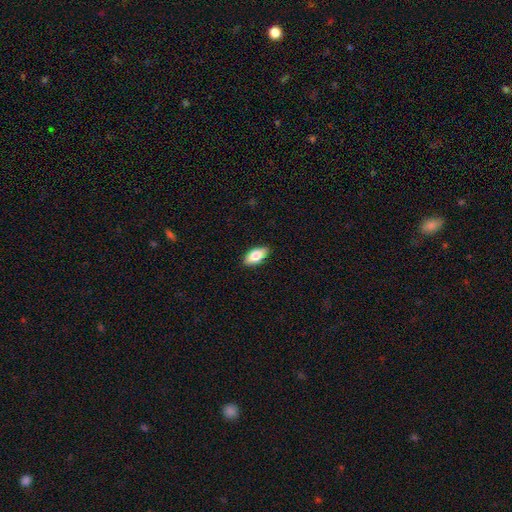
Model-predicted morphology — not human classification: smooth 79%, featured or disk 14%, star or artifact 6%. Down the decision tree: how rounded — in between (87%); merging — none (87%).